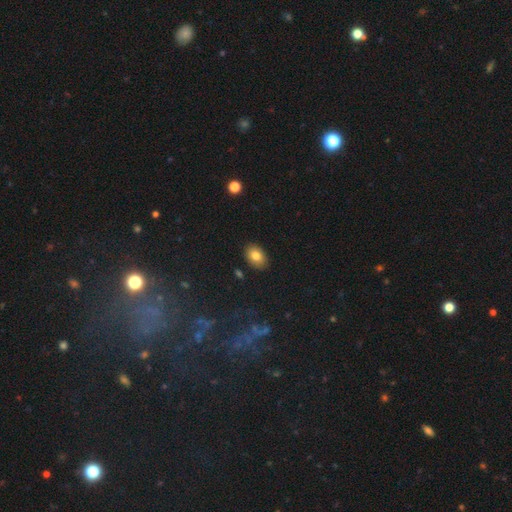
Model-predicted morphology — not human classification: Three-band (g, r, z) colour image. It shows a smooth galaxy with no disk features (81%) that is in between round and cigar-shaped (81%). Merging: none (87%).